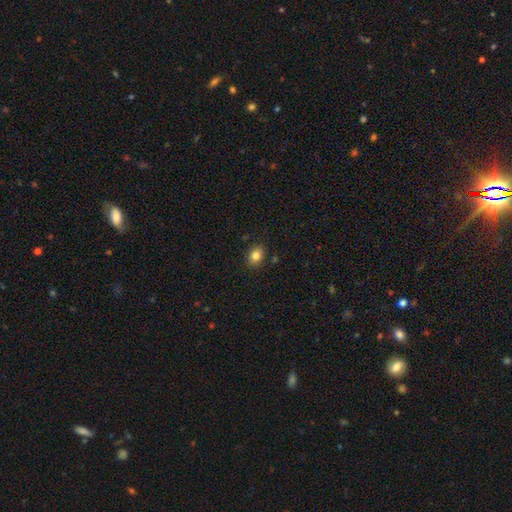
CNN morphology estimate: Smooth or featured: smooth — 84% (star or artifact — 10%)
How rounded: in between — 65% (round — 34%)
Merging: none — 86% (minor disturbance — 9%)